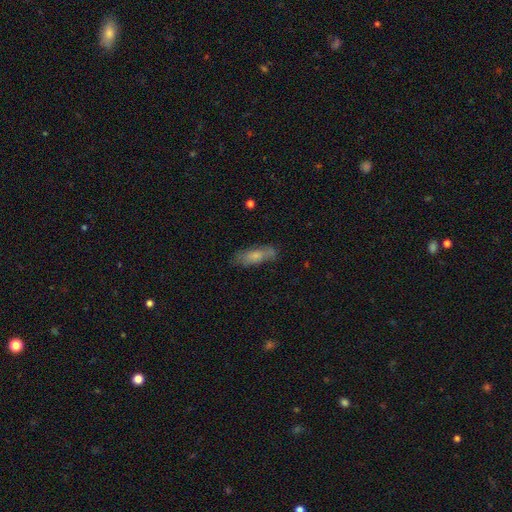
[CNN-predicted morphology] A smooth galaxy with no disk features (69%) that is in between round and cigar-shaped (54%).

Vote fractions:
- Smooth or featured? smooth: 69% / featured or disk: 24% / star or artifact: 7%
- How rounded? in between: 54% / cigar-shaped: 44% / round: 2%
- Merging? none: 70% / minor disturbance: 22% / major disturbance: 6% / merger: 2%